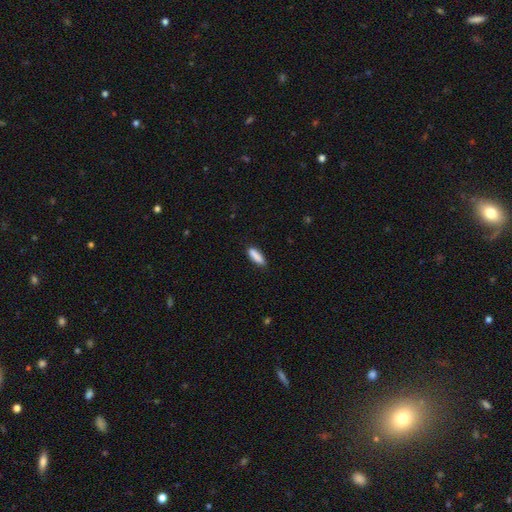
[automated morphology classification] Overall: smooth (88%). How rounded: cigar-shaped (57%; in between 42%). Merging: none (85%).